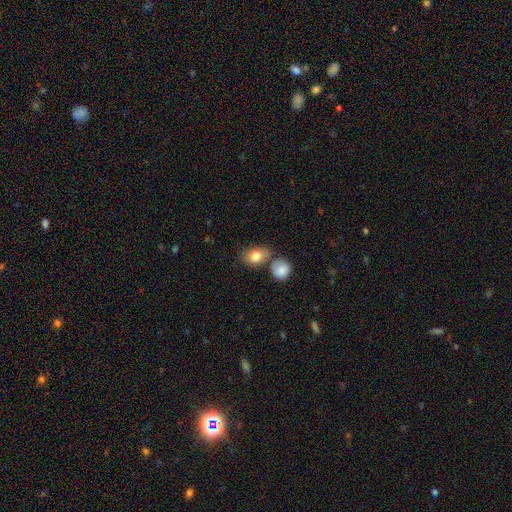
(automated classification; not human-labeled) smooth_or_featured: smooth (p=0.82) [alt: featured or disk p=0.10]
how_rounded: in between (p=0.70) [alt: round p=0.28]
merging: none (p=0.55) [alt: merger p=0.25]